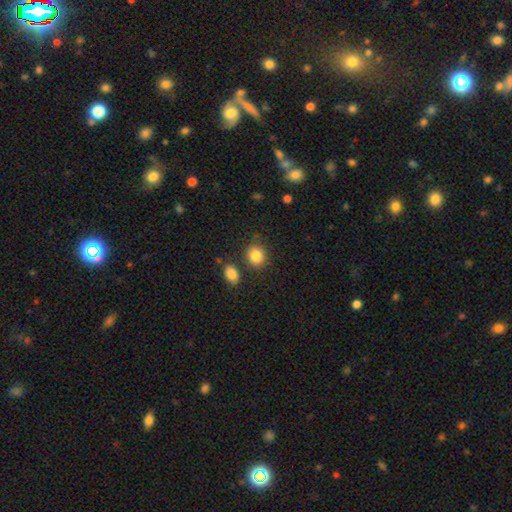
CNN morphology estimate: smooth-or-featured: smooth: 85% | star or artifact: 9% | featured or disk: 6%
  how-rounded: round: 73% | in between: 26% | cigar-shaped: 1%
  merging: none: 79% | minor disturbance: 10% | merger: 8% | major disturbance: 3%